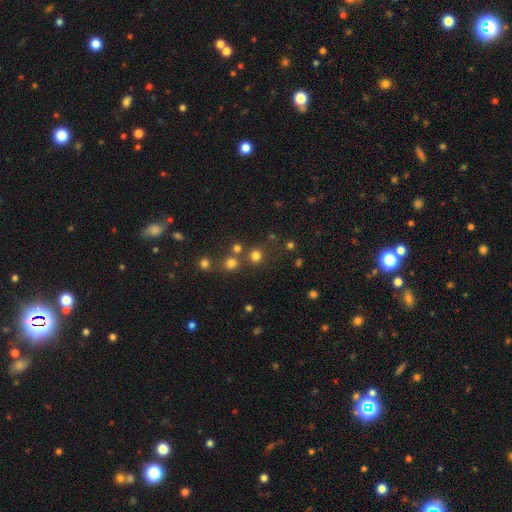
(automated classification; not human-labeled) A smooth galaxy with no disk features (75%) that is round (89%). Merging: none (75%).